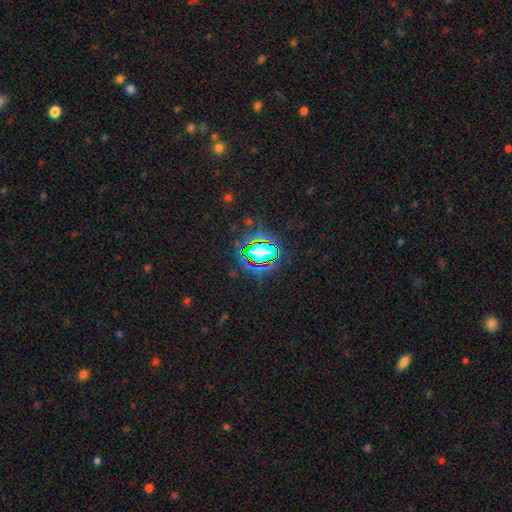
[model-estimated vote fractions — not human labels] Smooth or featured? Predicted: star or artifact (p=0.74).